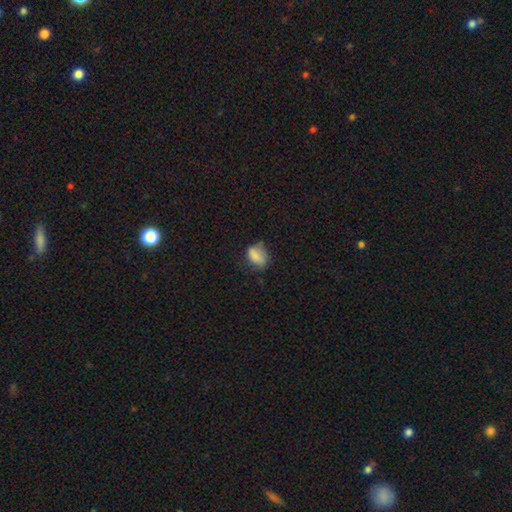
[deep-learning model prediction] This is likely a smooth galaxy (77%). How rounded: likely in between (76%). Merging: marginally none (45%).